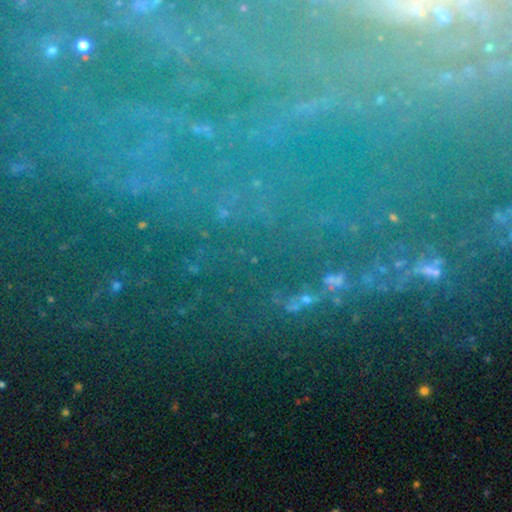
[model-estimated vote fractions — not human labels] A star or artifact, not a galaxy (60%).

Vote fractions:
- Smooth or featured? star or artifact: 60% / featured or disk: 28% / smooth: 12%